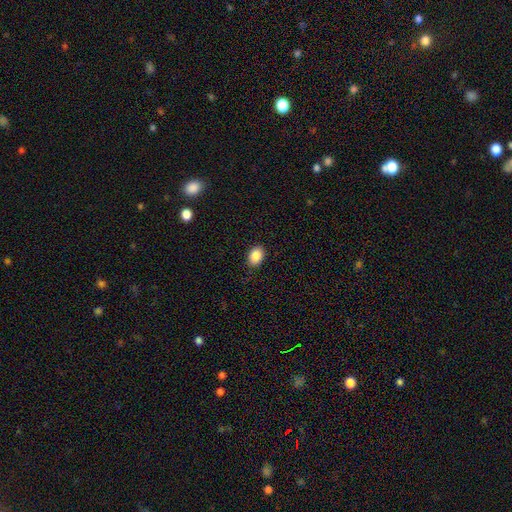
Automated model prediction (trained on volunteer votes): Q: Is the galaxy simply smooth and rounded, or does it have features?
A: smooth — 87%.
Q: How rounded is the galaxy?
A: in between — 76%.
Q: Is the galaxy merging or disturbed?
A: none — 87%.